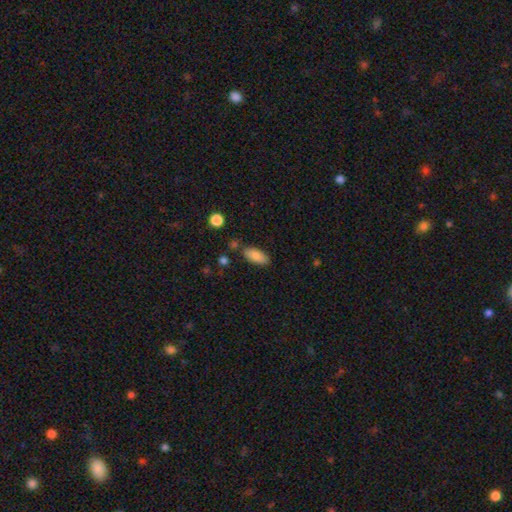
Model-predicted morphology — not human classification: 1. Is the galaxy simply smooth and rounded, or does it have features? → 86% smooth, 7% star or artifact, 7% featured or disk.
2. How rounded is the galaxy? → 87% in between, 11% cigar-shaped, 2% round.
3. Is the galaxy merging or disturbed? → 78% none, 14% minor disturbance, 5% merger, 3% major disturbance.